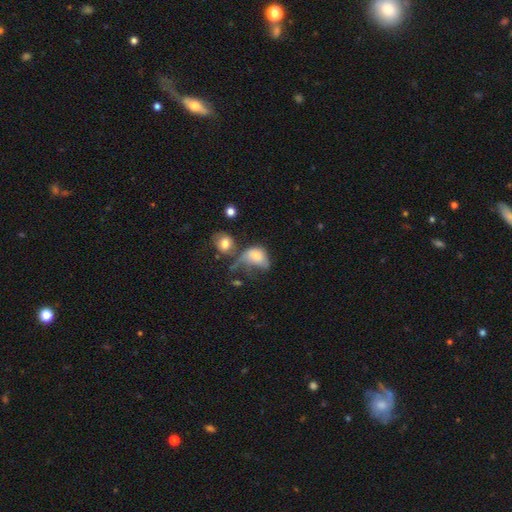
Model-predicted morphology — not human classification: A smooth galaxy with no disk features (68%) that is in between round and cigar-shaped (66%).

Vote fractions:
- Smooth or featured? smooth: 68% / featured or disk: 23% / star or artifact: 9%
- How rounded? in between: 66% / round: 32% / cigar-shaped: 2%
- Merging? major disturbance: 41% / merger: 24% / minor disturbance: 18% / none: 16%